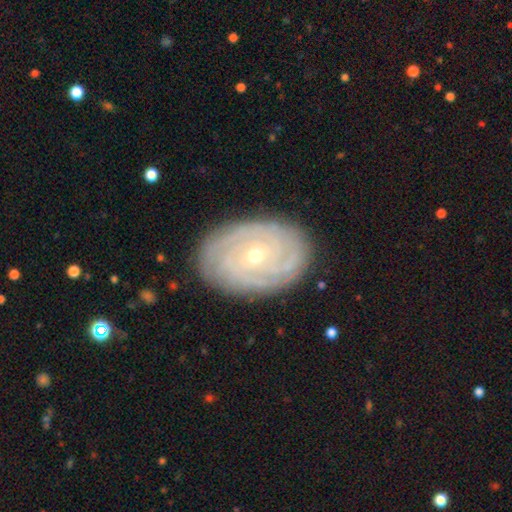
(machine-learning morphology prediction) A featured or disk galaxy (83%) with no bar (68%), tight (83%) spiral arms (95%) and a small central bulge (72%).

Vote fractions:
- Smooth or featured? featured or disk: 83% / smooth: 11% / star or artifact: 6%
- Edge-on disk? no: 96% / yes: 4%
- Bar? no: 68% / weak: 25% / strong: 7%
- Spiral arms? yes: 95% / no: 5%
- Spiral winding? tight: 83% / medium: 14% / loose: 3%
- Spiral arm count? can't tell: 35% / 4: 18% / 3: 15% / 2: 13% / more than 4: 11% / 1: 7%
- Bulge size? small: 72% / moderate: 26% / large: 1% / none: 1% / dominant: 1%
- Merging? none: 85% / minor disturbance: 12% / major disturbance: 3% / merger: 1%